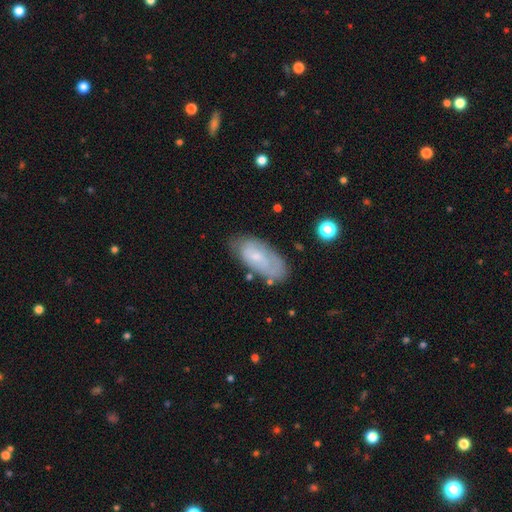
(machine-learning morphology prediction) Smooth or featured?
  - smooth: 48% *
  - featured or disk: 45%
  - star or artifact: 8%
Merging?
  - none: 66% *
  - minor disturbance: 24%
  - major disturbance: 7%
  - merger: 3%